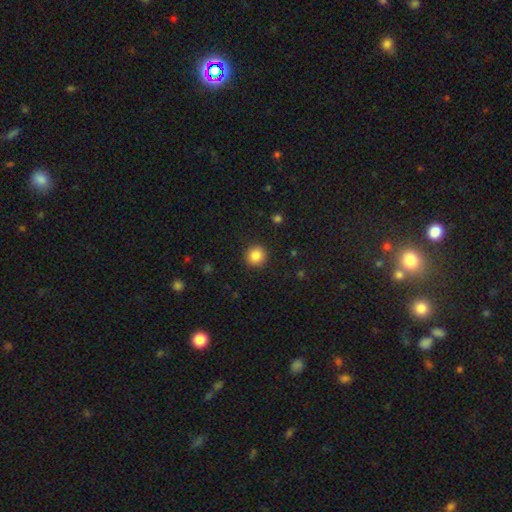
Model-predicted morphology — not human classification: Overall: smooth (86%). How rounded: round (92%). Merging: none (91%).